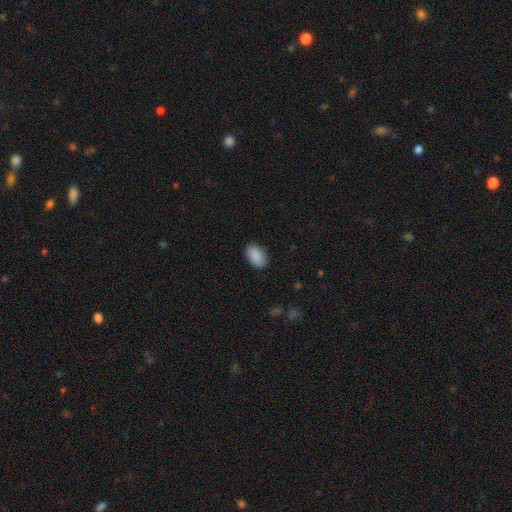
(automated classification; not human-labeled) Overall: smooth (90%). How rounded: in between (93%). Merging: none (86%).